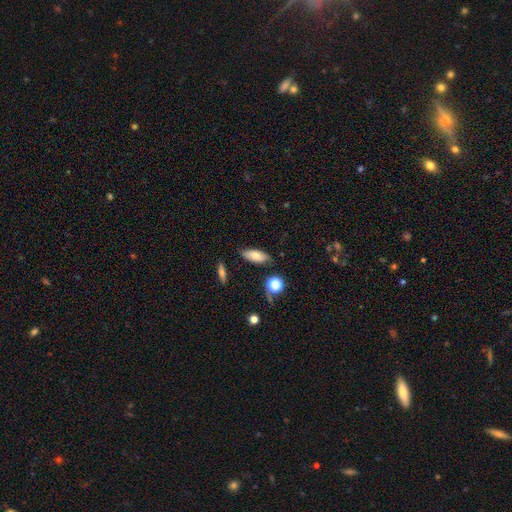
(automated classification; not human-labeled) Smooth or featured?
  - smooth: 76% *
  - featured or disk: 16%
  - star or artifact: 9%
How rounded?
  - in between: 79% *
  - cigar-shaped: 17%
  - round: 4%
Merging?
  - none: 79% *
  - minor disturbance: 15%
  - major disturbance: 3%
  - merger: 3%